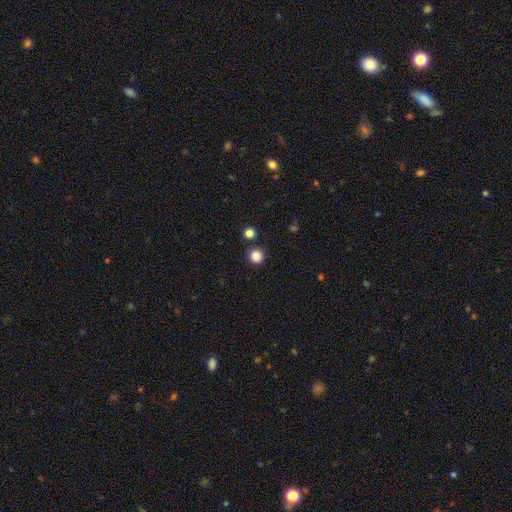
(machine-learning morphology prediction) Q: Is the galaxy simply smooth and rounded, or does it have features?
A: smooth — 85%.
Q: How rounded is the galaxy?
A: round — 93%.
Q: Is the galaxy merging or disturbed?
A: none — 87%.